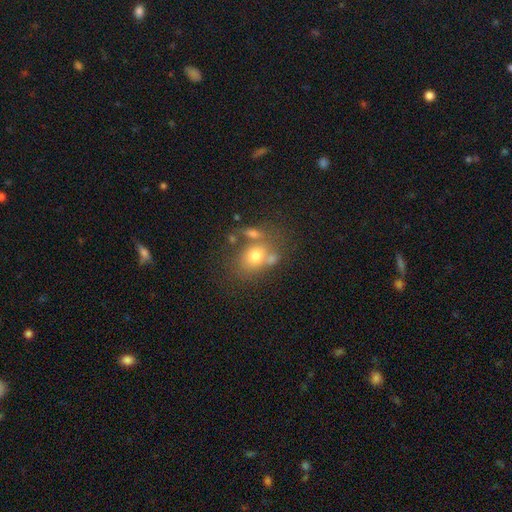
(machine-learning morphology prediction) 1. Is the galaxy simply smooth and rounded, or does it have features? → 66% smooth, 20% featured or disk, 14% star or artifact.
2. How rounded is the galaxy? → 51% in between, 48% round, 1% cigar-shaped.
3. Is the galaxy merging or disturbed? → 45% none, 31% merger, 15% minor disturbance, 9% major disturbance.